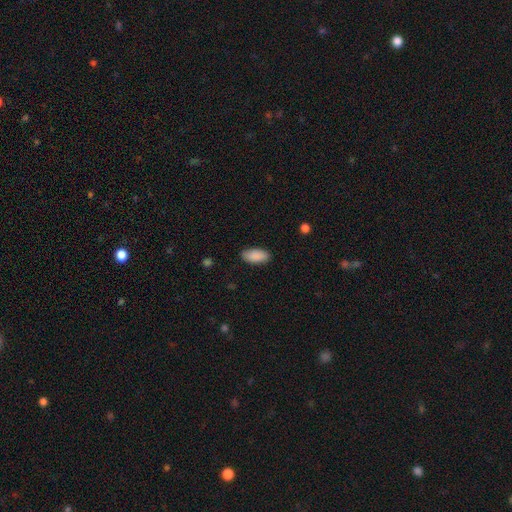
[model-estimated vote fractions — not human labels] The model was most divided on "merging": none: 86%, minor disturbance: 10%, major disturbance: 2%, merger: 1%. More confident: how rounded — in between (92%); smooth or featured — smooth (90%).